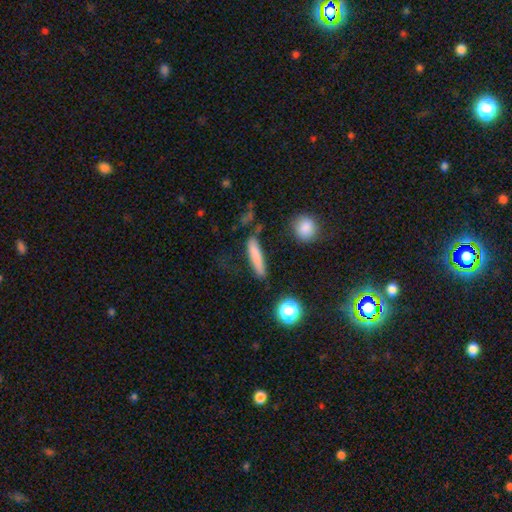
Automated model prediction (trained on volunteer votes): Smooth or featured? smooth (77%)
How rounded? cigar-shaped (86%)
Merging? none (79%)